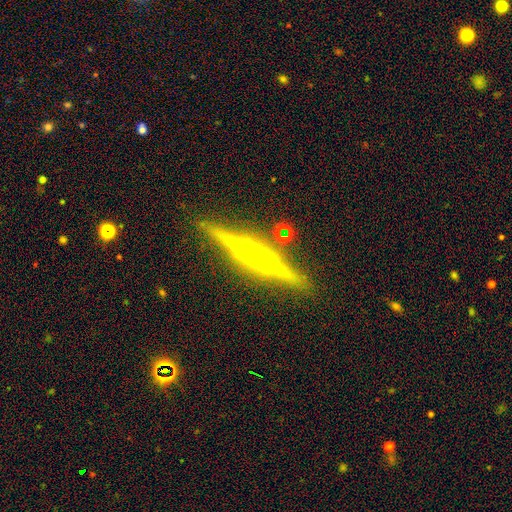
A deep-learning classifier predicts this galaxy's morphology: Smooth or featured?
  - featured or disk: 84% *
  - smooth: 10%
  - star or artifact: 6%
Edge-on disk?
  - yes: 98% *
  - no: 2%
Edge-on bulge?
  - rounded: 86% *
  - none: 7%
  - boxy: 7%
Merging?
  - none: 87% *
  - minor disturbance: 8%
  - merger: 3%
  - major disturbance: 2%